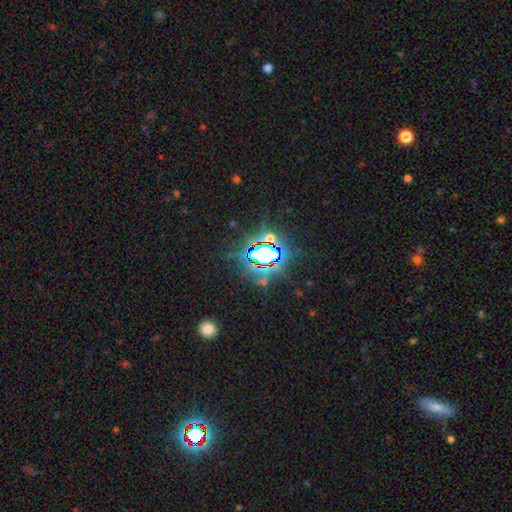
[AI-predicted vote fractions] Smooth or featured?
  - star or artifact: 81% *
  - smooth: 11%
  - featured or disk: 8%